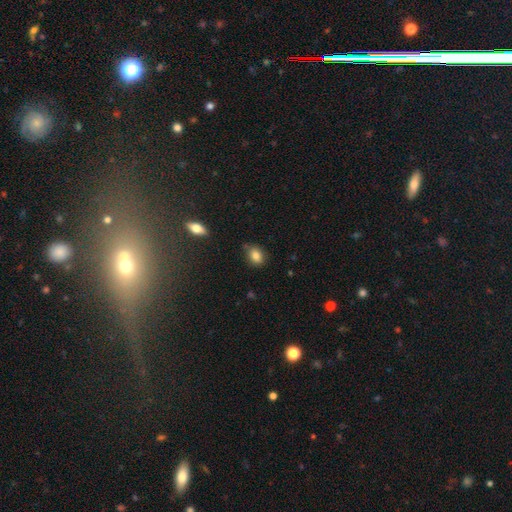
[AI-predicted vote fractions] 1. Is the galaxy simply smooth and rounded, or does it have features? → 83% smooth, 10% star or artifact, 7% featured or disk.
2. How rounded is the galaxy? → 58% in between, 41% round, 1% cigar-shaped.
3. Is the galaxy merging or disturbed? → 72% none, 21% minor disturbance, 4% merger, 4% major disturbance.